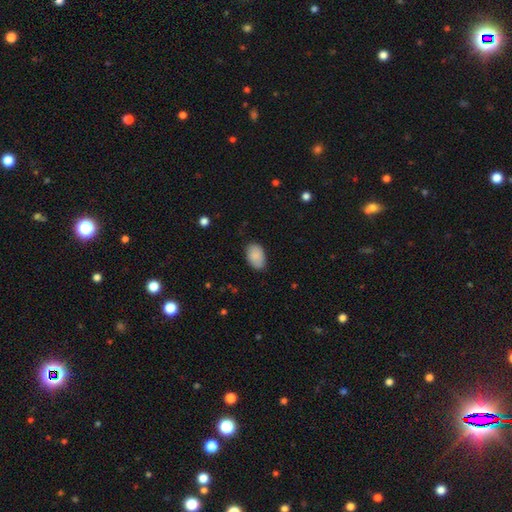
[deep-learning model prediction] This is clearly a smooth galaxy (88%). How rounded: clearly in between (91%). Merging: likely none (78%).